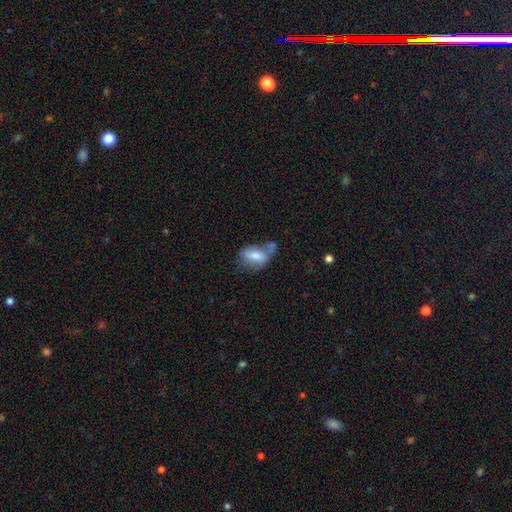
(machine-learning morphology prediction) A smooth galaxy with no disk features (66%) that is in between round and cigar-shaped (86%).

Vote fractions:
- Smooth or featured? smooth: 66% / featured or disk: 26% / star or artifact: 8%
- How rounded? in between: 86% / round: 10% / cigar-shaped: 4%
- Merging? none: 29% / merger: 26% / minor disturbance: 25% / major disturbance: 20%